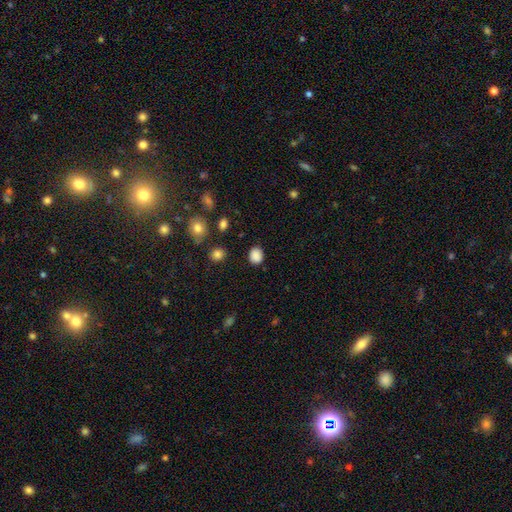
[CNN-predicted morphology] smooth_or_featured: smooth (p=0.86) [alt: star or artifact p=0.11]
how_rounded: round (p=0.65) [alt: in between p=0.34]
merging: none (p=0.85) [alt: minor disturbance p=0.10]